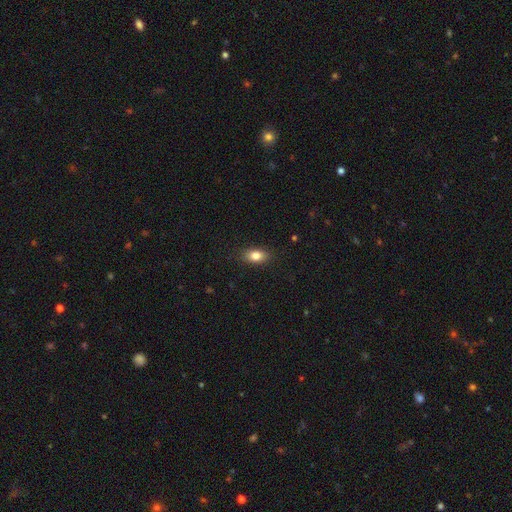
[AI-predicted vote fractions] This appears to be a smooth galaxy with no disk features (83%) that is in between round and cigar-shaped (85%). Merging: none (86%).